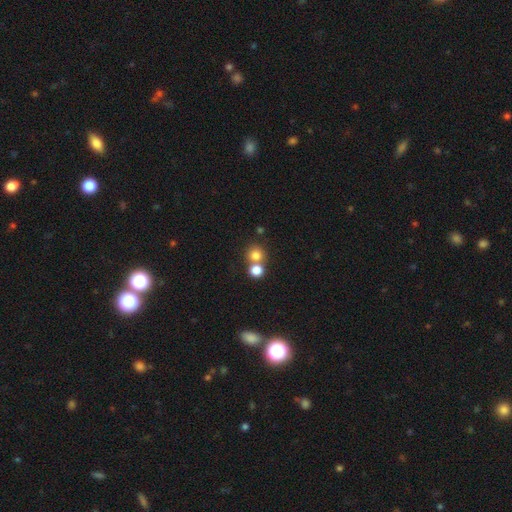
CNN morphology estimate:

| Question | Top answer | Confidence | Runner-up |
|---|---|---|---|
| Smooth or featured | smooth | 78% | star or artifact (13%) |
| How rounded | round | 87% | in between (12%) |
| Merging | none | 51% | merger (40%) |